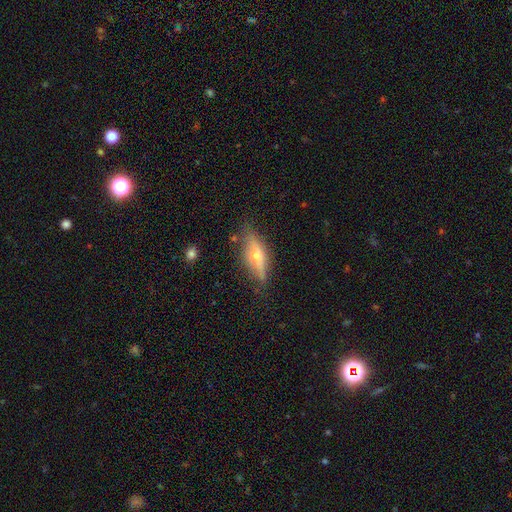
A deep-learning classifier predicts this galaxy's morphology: A featured or disk galaxy (62%) viewed edge-on (88%) with a rounded central bulge (93%).

Vote fractions:
- Smooth or featured? featured or disk: 62% / smooth: 30% / star or artifact: 8%
- Edge-on disk? yes: 88% / no: 12%
- Edge-on bulge? rounded: 93% / boxy: 3% / none: 3%
- Merging? none: 79% / minor disturbance: 15% / major disturbance: 4% / merger: 2%